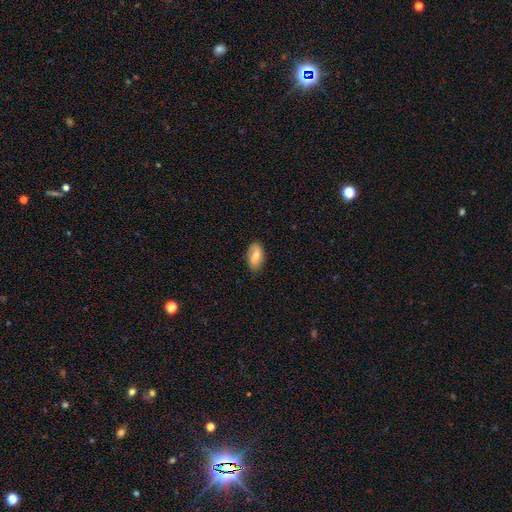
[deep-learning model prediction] smooth_or_featured: smooth (p=0.60) [alt: featured or disk p=0.33]
how_rounded: in between (p=0.92) [alt: round p=0.05]
merging: none (p=0.78) [alt: minor disturbance p=0.17]